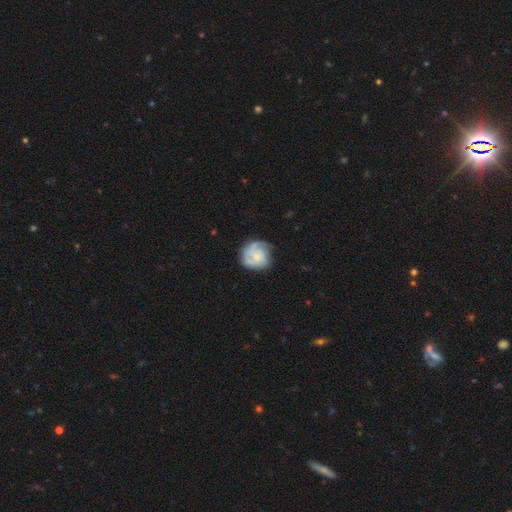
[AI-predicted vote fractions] Smooth or featured: featured or disk — 61% (smooth — 33%)
Edge-on disk: no — 98% (yes — 2%)
Bar: no — 74% (weak — 23%)
Spiral arms: yes — 85% (no — 15%)
Spiral winding: tight — 50% (medium — 35%)
Spiral arm count: can't tell — 29% (2 — 26%)
Bulge size: small — 59% (moderate — 24%)
Merging: none — 63% (minor disturbance — 24%)